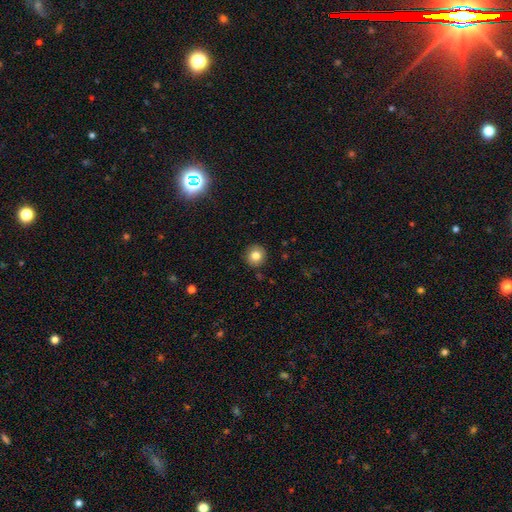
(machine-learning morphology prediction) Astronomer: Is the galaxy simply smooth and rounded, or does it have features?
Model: smooth — 81%.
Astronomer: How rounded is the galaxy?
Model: round — 92%.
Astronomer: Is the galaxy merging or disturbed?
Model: none — 91%.